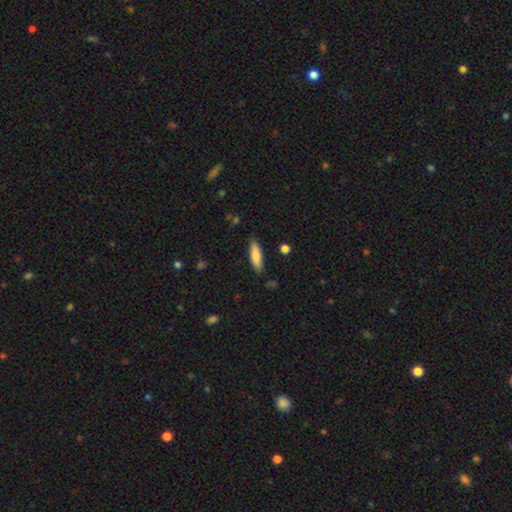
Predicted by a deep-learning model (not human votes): This appears to be a smooth galaxy with no disk features (79%) that is cigar-shaped (63%). Merging: none (85%).